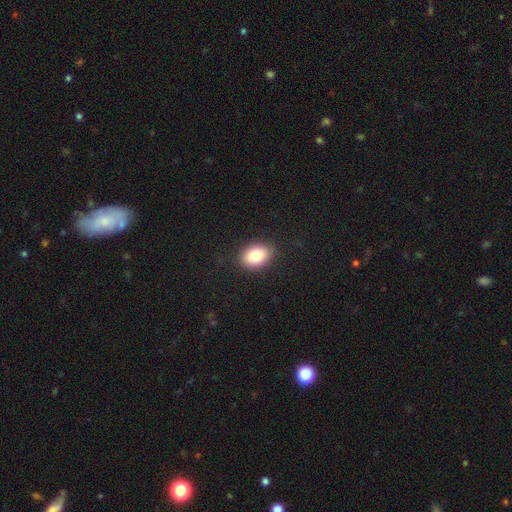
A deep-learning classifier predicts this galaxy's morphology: A smooth galaxy with no disk features (82%) that is in between round and cigar-shaped (75%).

Vote fractions:
- Smooth or featured? smooth: 82% / featured or disk: 10% / star or artifact: 8%
- How rounded? in between: 75% / round: 24% / cigar-shaped: 1%
- Merging? none: 87% / minor disturbance: 10% / major disturbance: 3% / merger: 1%